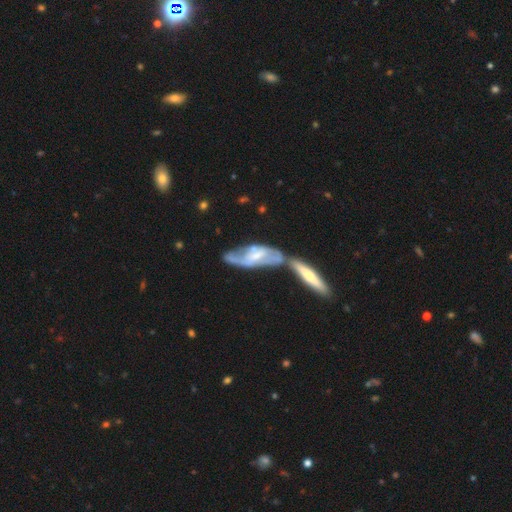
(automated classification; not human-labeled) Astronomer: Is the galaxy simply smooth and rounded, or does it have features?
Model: featured or disk — 75%.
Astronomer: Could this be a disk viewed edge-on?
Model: no — 80%.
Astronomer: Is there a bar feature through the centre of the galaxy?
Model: weak — 44% (runner-up: no, 31%).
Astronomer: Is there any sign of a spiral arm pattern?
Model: yes — 79%.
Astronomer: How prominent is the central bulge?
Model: small — 47% (runner-up: moderate, 36%).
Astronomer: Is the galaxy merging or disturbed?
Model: merger — 45% (runner-up: none, 28%).